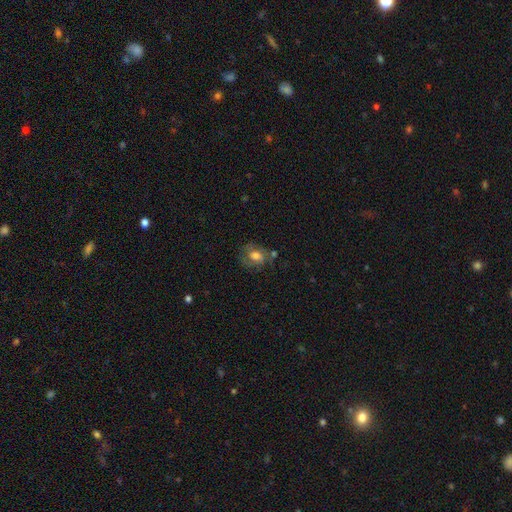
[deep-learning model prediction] A smooth galaxy with no disk features (58%) that is in between round and cigar-shaped (50%).

Vote fractions:
- Smooth or featured? smooth: 58% / featured or disk: 32% / star or artifact: 10%
- How rounded? in between: 50% / round: 49% / cigar-shaped: 1%
- Merging? none: 55% / minor disturbance: 24% / major disturbance: 12% / merger: 9%